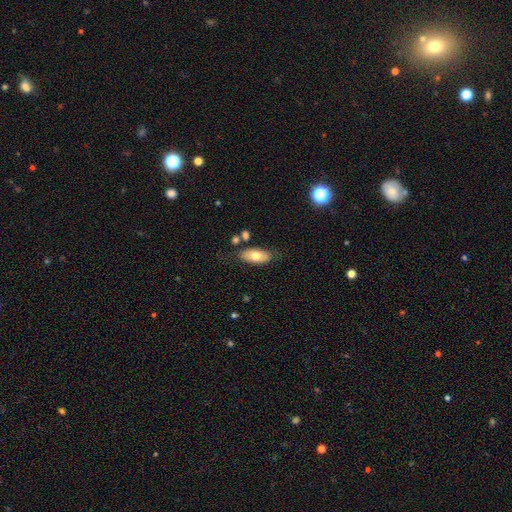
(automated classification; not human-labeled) The model was most divided on "smooth or featured": smooth: 70%, featured or disk: 24%, star or artifact: 7%. More confident: how rounded — in between (89%); merging — none (74%).